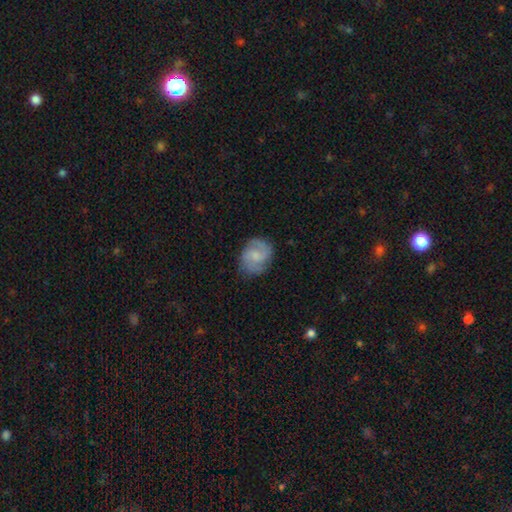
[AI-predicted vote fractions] Q: Smooth or featured?
A: featured or disk (63%); runner-up: smooth (30%)
Q: Edge-on disk?
A: no (98%); runner-up: yes (2%)
Q: Bar?
A: no (55%); runner-up: weak (39%)
Q: Spiral arms?
A: yes (92%); runner-up: no (8%)
Q: Spiral winding?
A: medium (50%); runner-up: tight (31%)
Q: Spiral arm count?
A: 2 (58%); runner-up: 3 (17%)
Q: Bulge size?
A: small (40%); runner-up: moderate (33%)
Q: Merging?
A: none (73%); runner-up: minor disturbance (19%)